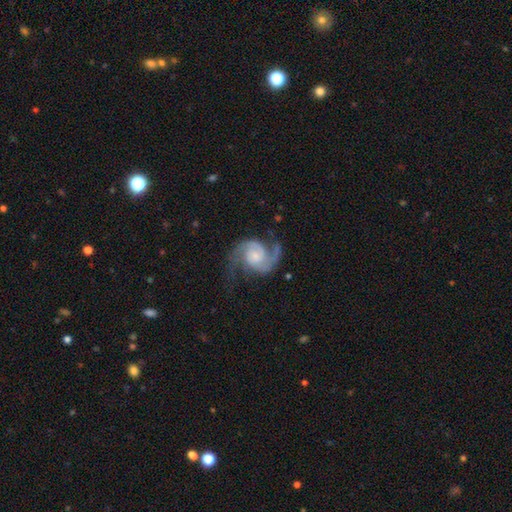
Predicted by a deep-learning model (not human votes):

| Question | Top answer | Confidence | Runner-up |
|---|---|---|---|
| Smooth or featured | featured or disk | 90% | smooth (6%) |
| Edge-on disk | no | 98% | yes (2%) |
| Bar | no | 68% | weak (27%) |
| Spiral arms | yes | 98% | no (2%) |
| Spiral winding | medium | 52% | loose (28%) |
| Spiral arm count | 2 | 90% | 1 (3%) |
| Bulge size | small | 55% | moderate (27%) |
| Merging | none | 63% | minor disturbance (18%) |